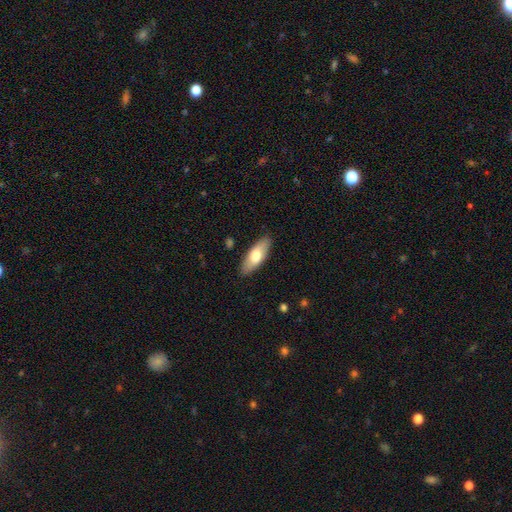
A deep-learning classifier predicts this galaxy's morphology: type=smooth (71%); roundness=in between (73%); merging=none (88%).